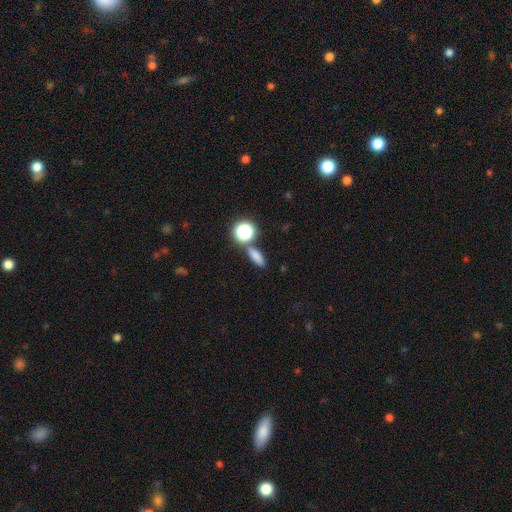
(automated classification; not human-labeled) A smooth galaxy with no disk features (76%) that is in between round and cigar-shaped (53%).

Vote fractions:
- Smooth or featured? smooth: 76% / star or artifact: 16% / featured or disk: 8%
- How rounded? in between: 53% / cigar-shaped: 29% / round: 18%
- Merging? none: 76% / merger: 11% / minor disturbance: 10% / major disturbance: 3%